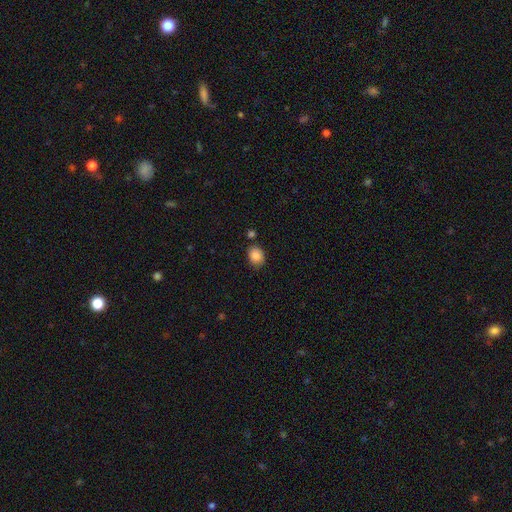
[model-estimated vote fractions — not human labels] Smooth or featured? smooth (85%)
How rounded? in between (57%)
Merging? none (79%)